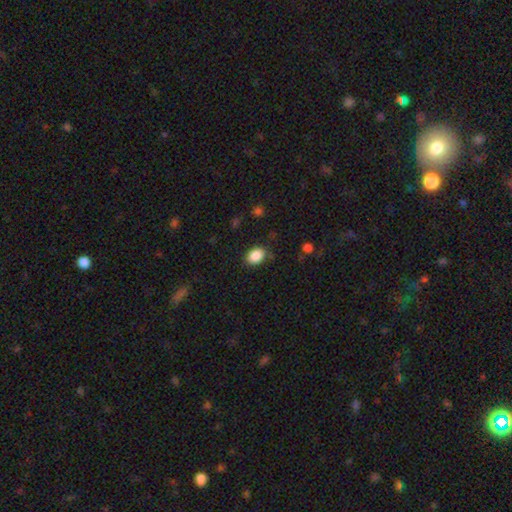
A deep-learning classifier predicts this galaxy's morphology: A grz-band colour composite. It shows a smooth galaxy with no disk features (87%) that is in between round and cigar-shaped (73%). Merging: none (79%).